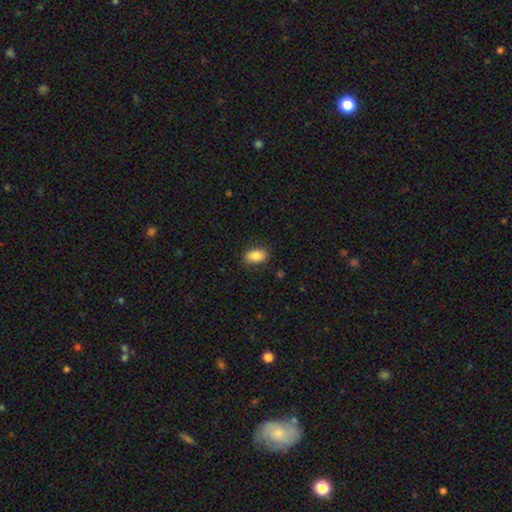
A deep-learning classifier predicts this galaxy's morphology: This appears to be a smooth galaxy with no disk features (84%) that is in between round and cigar-shaped (88%). Merging: none (85%).